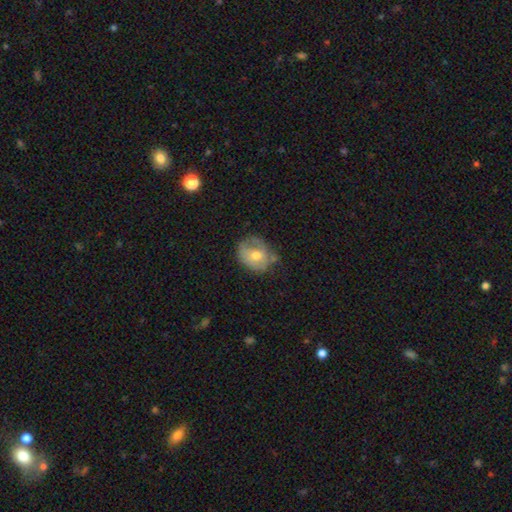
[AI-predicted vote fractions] The model was most divided on "how rounded": round: 54%, in between: 45%, cigar-shaped: 1%. Remaining: smooth or featured — smooth (54%); merging — none (48%).